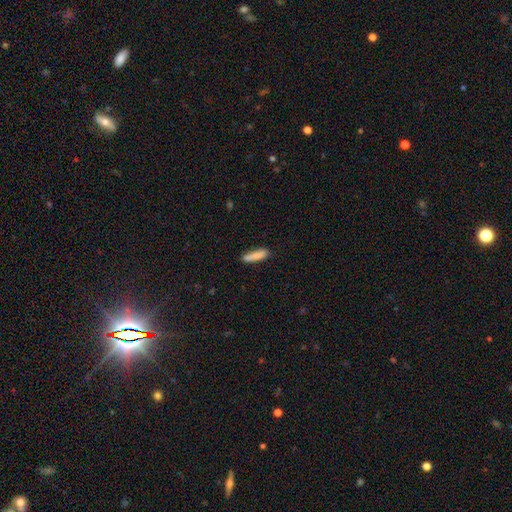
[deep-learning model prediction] This is clearly a smooth galaxy (82%). How rounded: likely cigar-shaped (75%). Merging: likely none (78%).